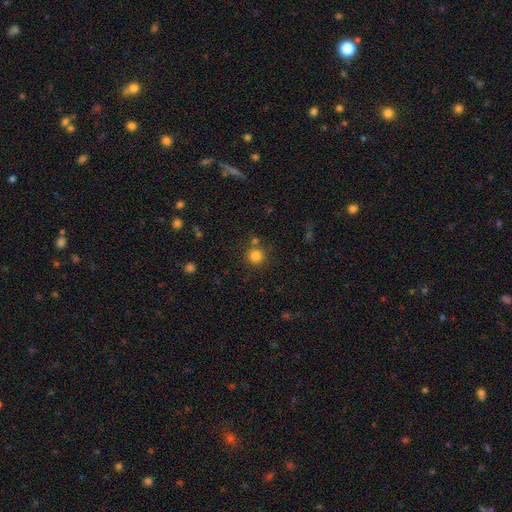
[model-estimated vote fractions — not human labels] Smooth or featured?
  - smooth: 82% *
  - star or artifact: 13%
  - featured or disk: 5%
How rounded?
  - round: 93% *
  - in between: 6%
  - cigar-shaped: 1%
Merging?
  - none: 77% *
  - merger: 11%
  - minor disturbance: 9%
  - major disturbance: 3%